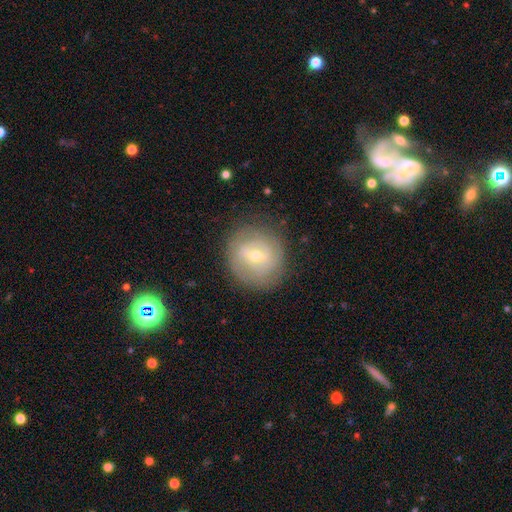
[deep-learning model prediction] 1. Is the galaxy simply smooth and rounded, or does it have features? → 61% featured or disk, 31% smooth, 8% star or artifact.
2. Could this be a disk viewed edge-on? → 96% no, 4% yes.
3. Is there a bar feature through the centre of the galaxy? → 50% weak, 32% no, 18% strong.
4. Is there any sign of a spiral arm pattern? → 66% yes, 34% no.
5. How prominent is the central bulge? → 49% small, 48% moderate, 2% large, 1% none, 1% dominant.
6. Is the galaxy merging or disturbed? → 80% none, 14% minor disturbance, 5% major disturbance, 1% merger.